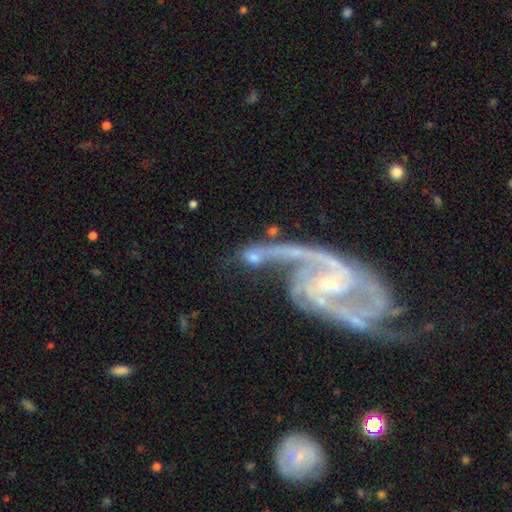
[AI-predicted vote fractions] Smooth or featured?
  - featured or disk: 47% *
  - smooth: 40%
  - star or artifact: 13%
Merging?
  - none: 32% *
  - merger: 30%
  - major disturbance: 23%
  - minor disturbance: 15%